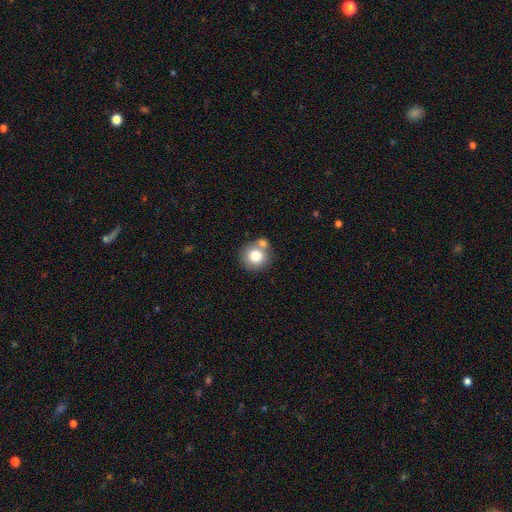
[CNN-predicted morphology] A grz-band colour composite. It shows a smooth galaxy with no disk features (77%) that is round (89%). Merging: none (61%).